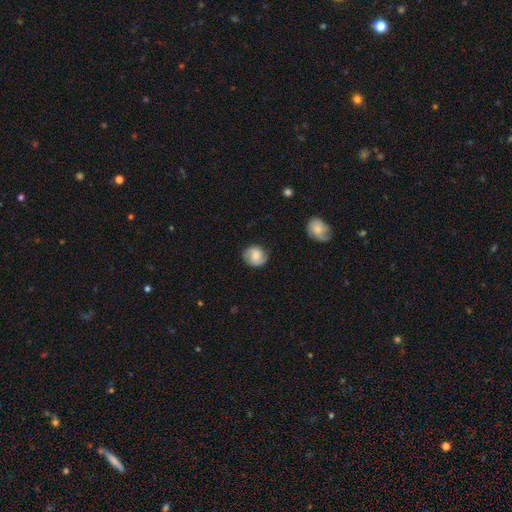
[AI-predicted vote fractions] Overall: smooth (57%; featured or disk 35%). How rounded: round (81%). Merging: none (81%).